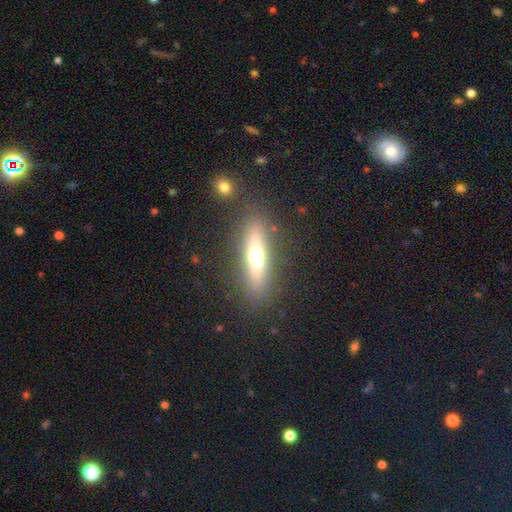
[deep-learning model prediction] Q: Smooth or featured?
A: featured or disk (51%); runner-up: smooth (40%)
Q: Edge-on disk?
A: yes (85%); runner-up: no (15%)
Q: Merging?
A: none (85%); runner-up: minor disturbance (9%)